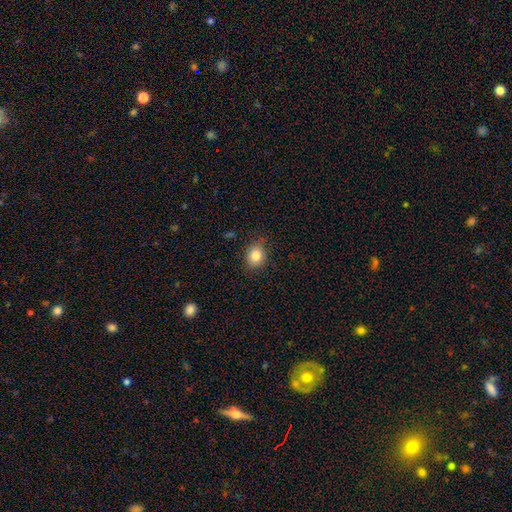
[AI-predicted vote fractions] Smooth or featured?
  - smooth: 83% *
  - star or artifact: 10%
  - featured or disk: 7%
How rounded?
  - round: 63% *
  - in between: 36%
  - cigar-shaped: 1%
Merging?
  - none: 82% *
  - minor disturbance: 14%
  - major disturbance: 3%
  - merger: 1%